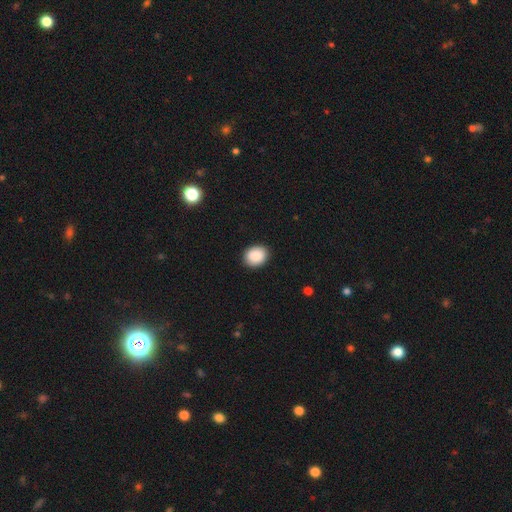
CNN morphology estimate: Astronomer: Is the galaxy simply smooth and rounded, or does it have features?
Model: smooth — 89%.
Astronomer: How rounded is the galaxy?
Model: in between — 51% (runner-up: round, 48%).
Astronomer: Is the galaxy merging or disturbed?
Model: none — 89%.